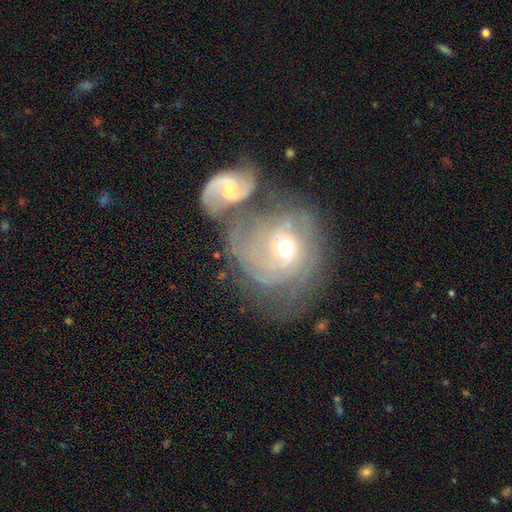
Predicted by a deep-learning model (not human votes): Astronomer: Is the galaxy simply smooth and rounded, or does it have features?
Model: featured or disk — 76%.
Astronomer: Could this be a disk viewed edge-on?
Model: no — 96%.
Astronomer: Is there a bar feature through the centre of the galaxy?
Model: no — 59%.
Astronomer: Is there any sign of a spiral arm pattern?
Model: yes — 91%.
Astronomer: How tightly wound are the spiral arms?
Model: tight — 58%.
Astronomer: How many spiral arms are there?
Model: can't tell — 34% (runner-up: 2, 28%).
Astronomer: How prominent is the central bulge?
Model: moderate — 63%.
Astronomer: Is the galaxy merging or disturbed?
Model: merger — 52% (runner-up: none, 31%).